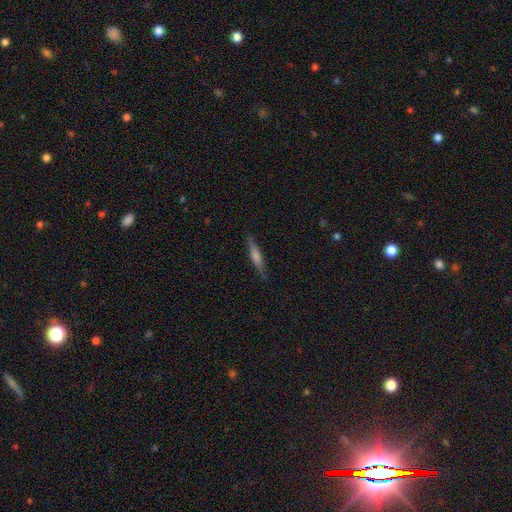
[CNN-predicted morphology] Q: Smooth or featured?
A: featured or disk (51%); runner-up: smooth (42%)
Q: Edge-on disk?
A: yes (96%); runner-up: no (4%)
Q: Merging?
A: none (88%); runner-up: minor disturbance (9%)